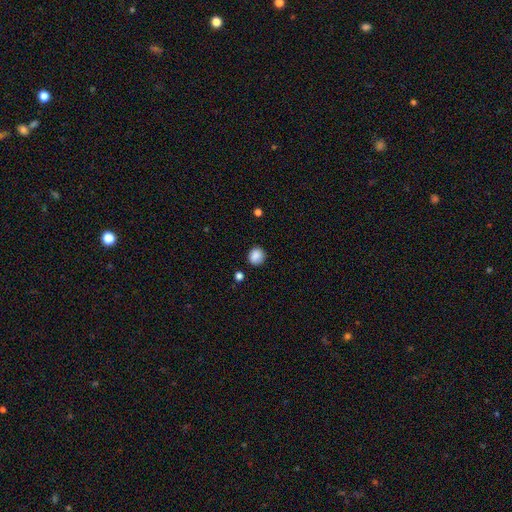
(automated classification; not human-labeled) Smooth or featured? Predicted: smooth (p=0.87). How rounded? Predicted: round (p=0.83). Merging? Predicted: none (p=0.83).